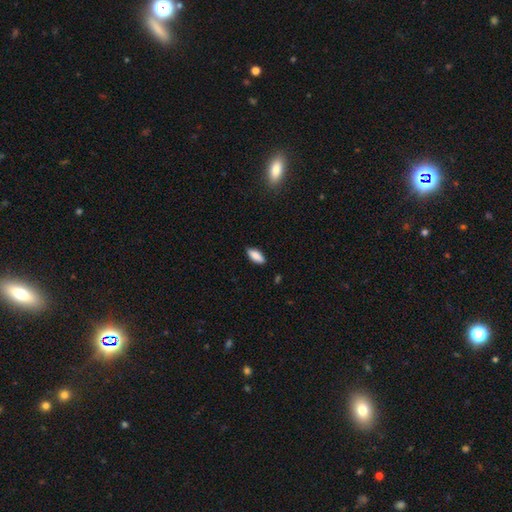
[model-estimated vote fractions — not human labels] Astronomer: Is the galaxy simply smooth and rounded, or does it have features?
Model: smooth — 87%.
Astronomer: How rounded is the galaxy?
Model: in between — 82%.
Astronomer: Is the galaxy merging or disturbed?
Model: none — 86%.